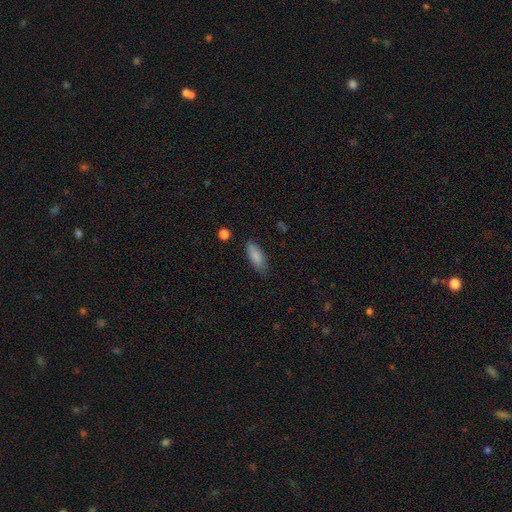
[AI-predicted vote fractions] Morphology: type=smooth (86%); roundness=in between (70%); merging=none (80%).